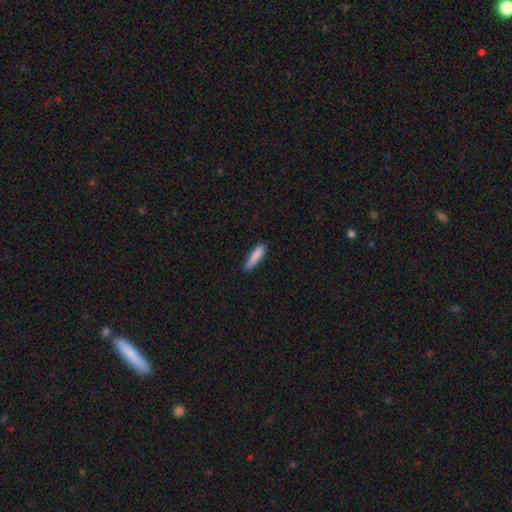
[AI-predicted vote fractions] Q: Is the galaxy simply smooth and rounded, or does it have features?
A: smooth — 86%.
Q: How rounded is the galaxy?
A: cigar-shaped — 81%.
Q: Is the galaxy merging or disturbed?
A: none — 76%.